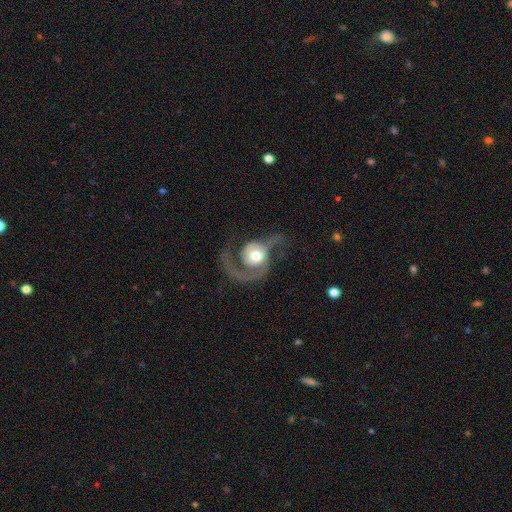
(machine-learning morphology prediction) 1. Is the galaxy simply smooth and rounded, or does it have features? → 80% featured or disk, 14% smooth, 5% star or artifact.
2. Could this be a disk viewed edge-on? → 97% no, 3% yes.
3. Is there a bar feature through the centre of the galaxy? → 73% no, 21% weak, 6% strong.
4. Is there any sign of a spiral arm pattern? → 92% yes, 8% no.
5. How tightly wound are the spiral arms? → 44% loose, 43% medium, 13% tight.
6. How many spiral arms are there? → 63% 2, 28% 1, 4% can't tell, 3% 3, 1% 4, 1% more than 4.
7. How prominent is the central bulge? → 55% moderate, 33% large, 6% small, 5% dominant, 1% none.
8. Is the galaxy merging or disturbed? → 43% none, 38% major disturbance, 16% minor disturbance, 3% merger.